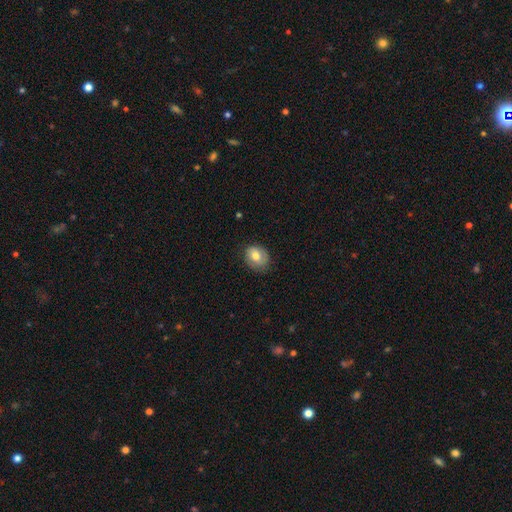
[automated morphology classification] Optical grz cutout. It shows a smooth galaxy with no disk features (73%) that is round (51%). Merging: none (74%).